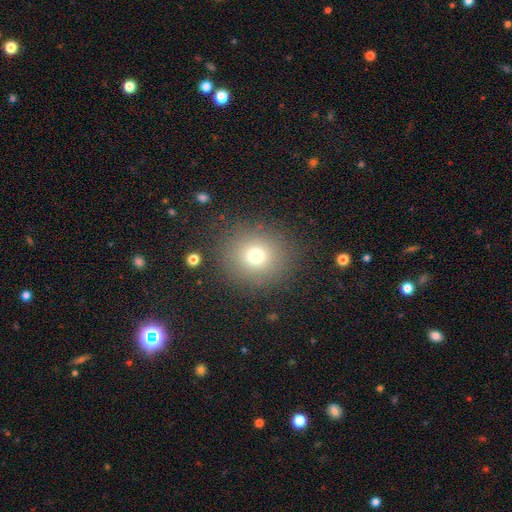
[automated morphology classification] Overall: smooth (72%). How rounded: round (87%). Merging: none (86%).